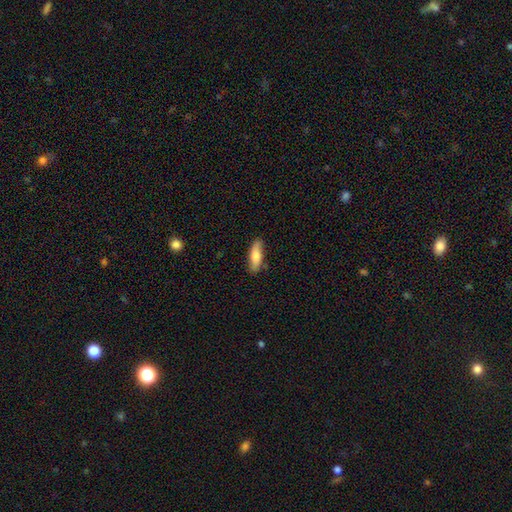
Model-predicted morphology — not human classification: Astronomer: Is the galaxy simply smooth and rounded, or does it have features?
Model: smooth — 69%.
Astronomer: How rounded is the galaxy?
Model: in between — 56% (runner-up: cigar-shaped, 41%).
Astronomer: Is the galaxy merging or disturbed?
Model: none — 82%.